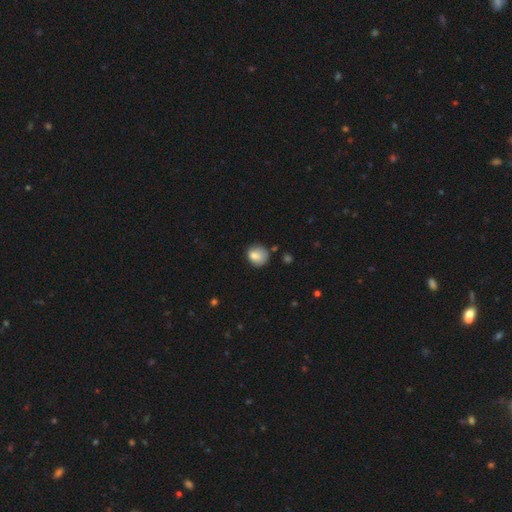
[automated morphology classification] Smooth or featured? Predicted: smooth (p=0.80). How rounded? Predicted: round (p=0.72). Merging? Predicted: none (p=0.62).